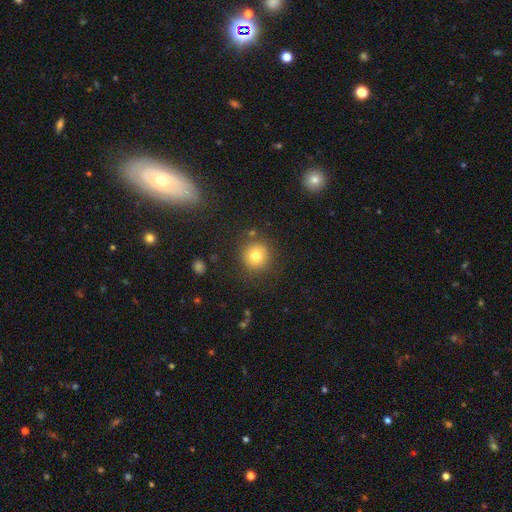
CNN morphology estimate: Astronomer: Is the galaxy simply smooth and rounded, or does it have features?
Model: smooth — 77%.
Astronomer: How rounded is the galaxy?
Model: round — 94%.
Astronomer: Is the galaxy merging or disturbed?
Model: none — 85%.